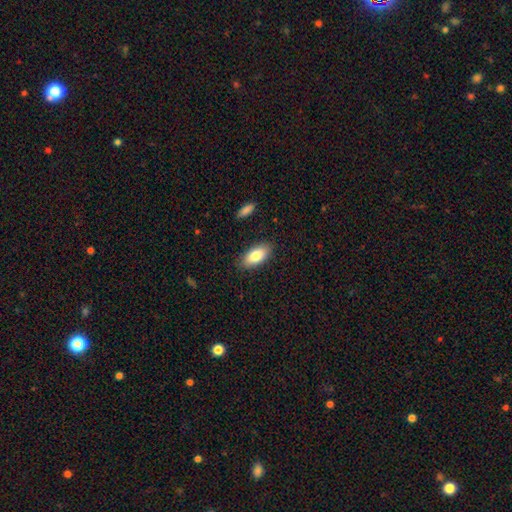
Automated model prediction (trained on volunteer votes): This appears to be a smooth galaxy with no disk features (81%) that is in between round and cigar-shaped (89%). Merging: none (87%).